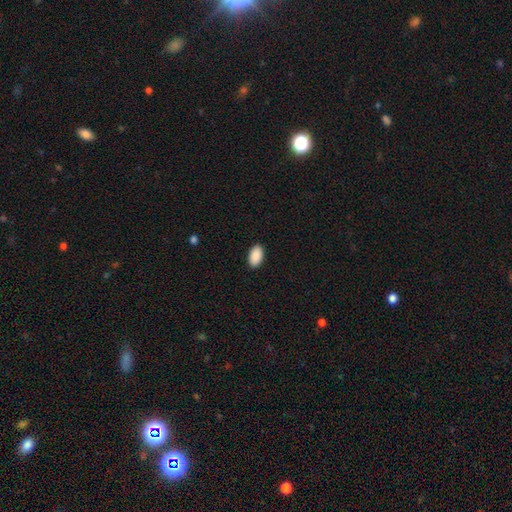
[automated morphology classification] Smooth or featured? smooth (91%)
How rounded? in between (95%)
Merging? none (90%)